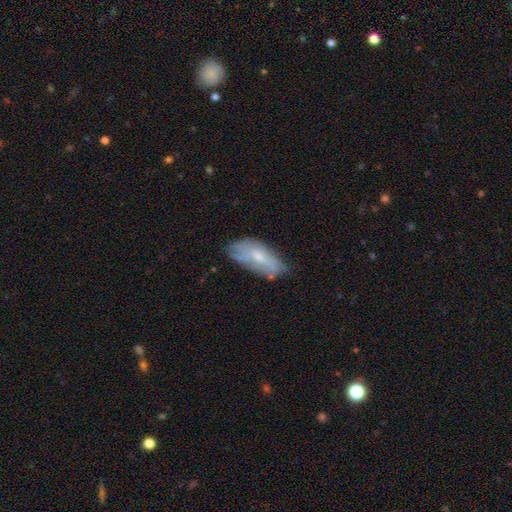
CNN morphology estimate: smooth-or-featured: smooth: 50% | featured or disk: 41% | star or artifact: 9%
  how-rounded: in between: 84% | cigar-shaped: 13% | round: 2%
  merging: none: 57% | minor disturbance: 30% | major disturbance: 11% | merger: 3%